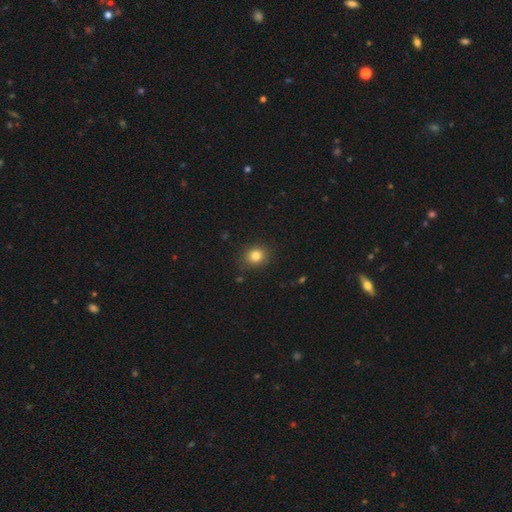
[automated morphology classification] Smooth or featured? smooth (83%)
How rounded? round (72%)
Merging? none (86%)